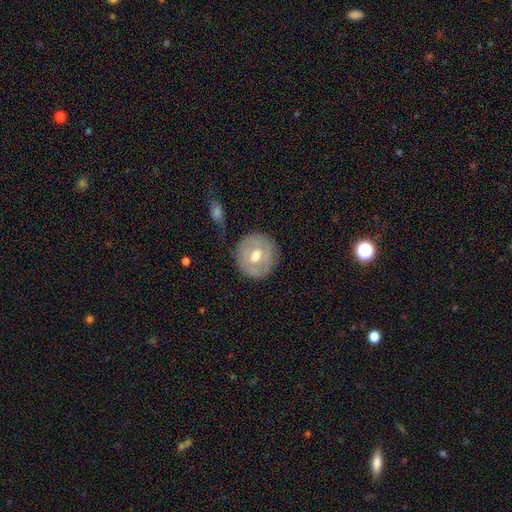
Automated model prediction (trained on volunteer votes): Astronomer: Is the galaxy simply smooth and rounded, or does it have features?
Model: smooth — 48% (runner-up: featured or disk, 45%).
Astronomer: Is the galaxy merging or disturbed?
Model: none — 78%.